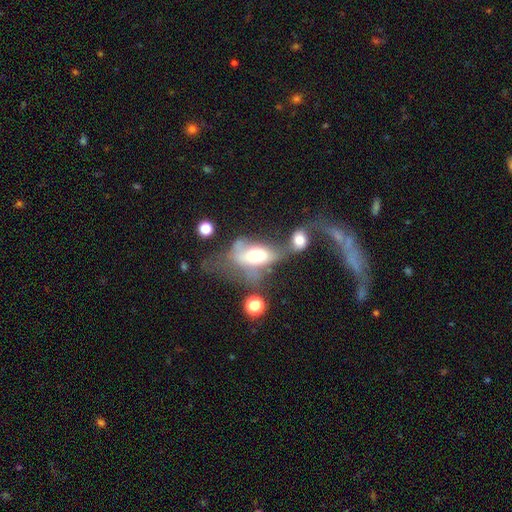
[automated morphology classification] smooth-or-featured: smooth: 53% | featured or disk: 37% | star or artifact: 11%
  how-rounded: in between: 83% | round: 12% | cigar-shaped: 5%
  merging: merger: 51% | major disturbance: 26% | none: 13% | minor disturbance: 10%